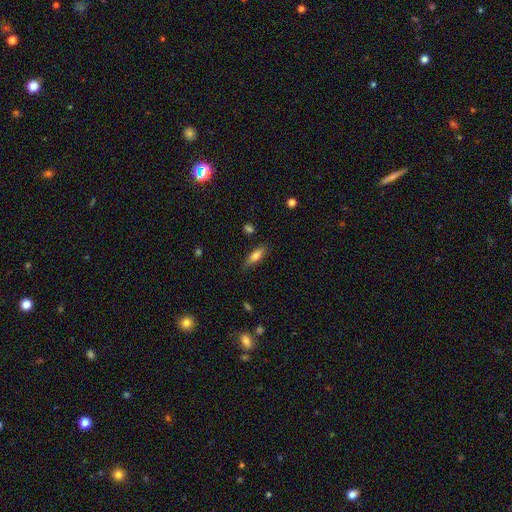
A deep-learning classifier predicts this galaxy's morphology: smooth 68%, featured or disk 25%, star or artifact 8%. Down the decision tree: how rounded — in between (50%); merging — none (81%).